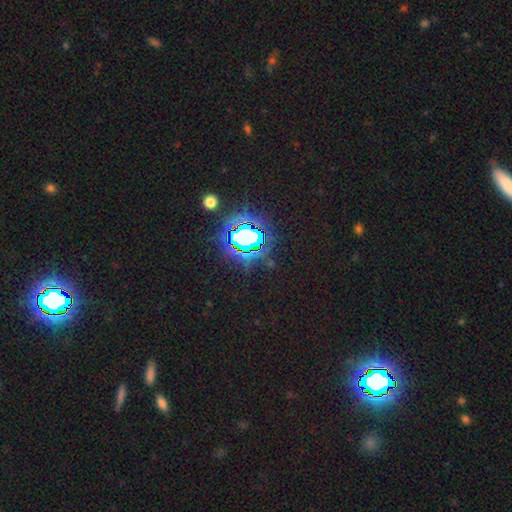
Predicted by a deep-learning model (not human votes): Smooth or featured? Predicted: star or artifact (p=0.81).